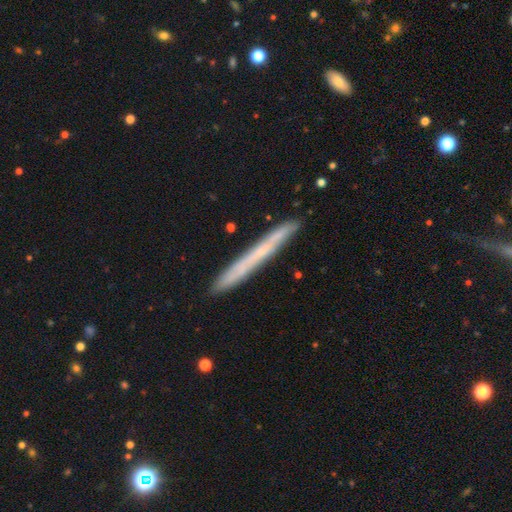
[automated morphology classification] Smooth or featured?
  - smooth: 47% *
  - featured or disk: 45%
  - star or artifact: 8%
Merging?
  - none: 90% *
  - minor disturbance: 8%
  - major disturbance: 1%
  - merger: 1%